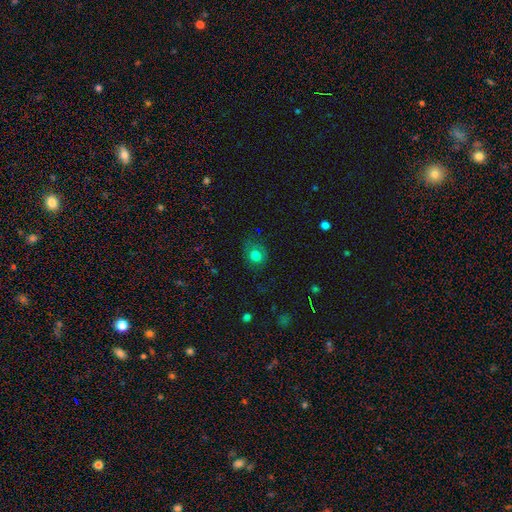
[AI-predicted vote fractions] Smooth or featured? Predicted: smooth (p=0.75). How rounded? Predicted: round (p=0.68). Merging? Predicted: none (p=0.69).